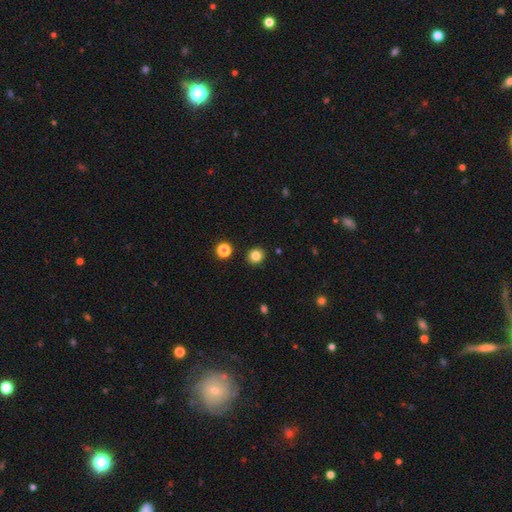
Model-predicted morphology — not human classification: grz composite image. It shows a smooth galaxy with no disk features (83%) that is round (84%). Merging: none (90%).